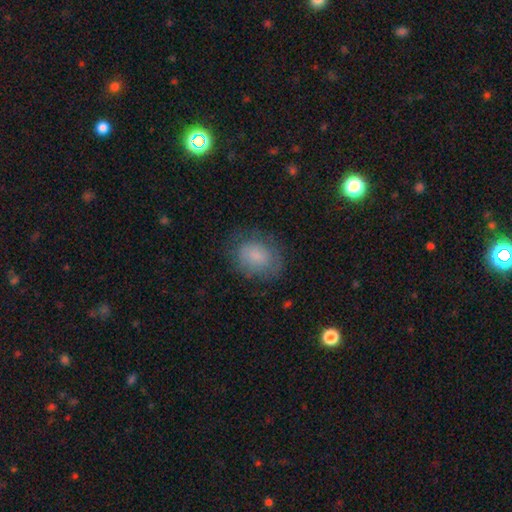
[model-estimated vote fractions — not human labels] Morphology: type=smooth (75%); roundness=in between (57%); merging=none (69%).